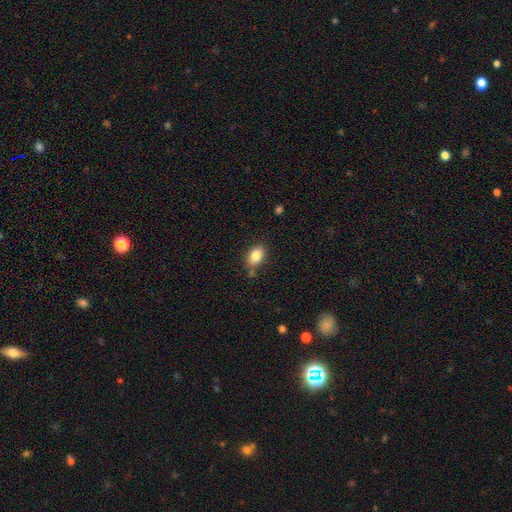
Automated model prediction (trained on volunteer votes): smooth-or-featured: smooth: 84% | star or artifact: 8% | featured or disk: 7%
  how-rounded: in between: 84% | round: 14% | cigar-shaped: 2%
  merging: none: 77% | minor disturbance: 15% | merger: 5% | major disturbance: 3%